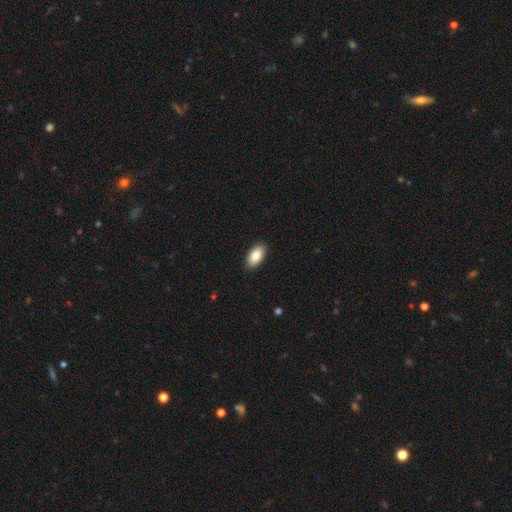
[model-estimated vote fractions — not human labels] Smooth or featured? smooth (87%)
How rounded? in between (94%)
Merging? none (89%)